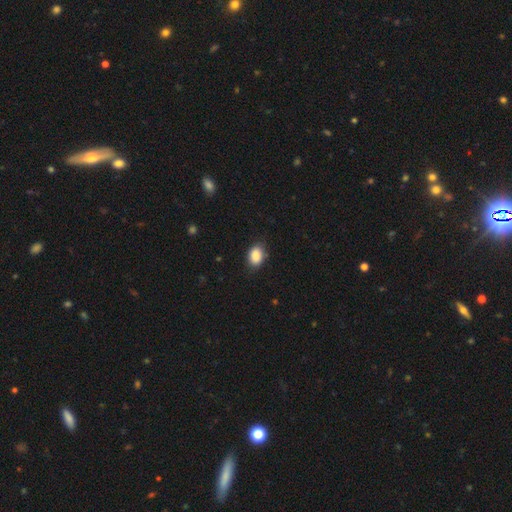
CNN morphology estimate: Smooth or featured: smooth — 88% (star or artifact — 7%)
How rounded: in between — 79% (round — 20%)
Merging: none — 80% (minor disturbance — 16%)